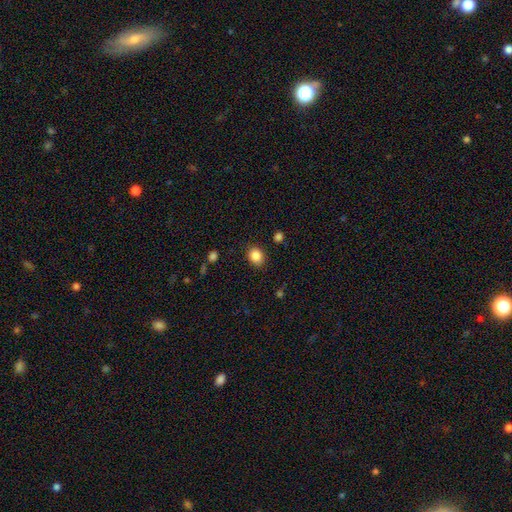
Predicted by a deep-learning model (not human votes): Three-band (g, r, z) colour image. It shows a smooth galaxy with no disk features (86%) that is round (56%). Merging: none (86%).